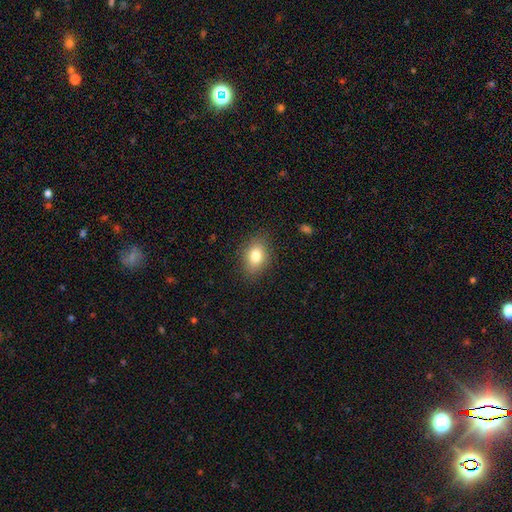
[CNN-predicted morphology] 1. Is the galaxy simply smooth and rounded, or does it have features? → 80% smooth, 10% featured or disk, 10% star or artifact.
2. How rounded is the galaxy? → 74% in between, 24% round, 2% cigar-shaped.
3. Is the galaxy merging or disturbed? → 84% none, 12% minor disturbance, 3% major disturbance, 1% merger.